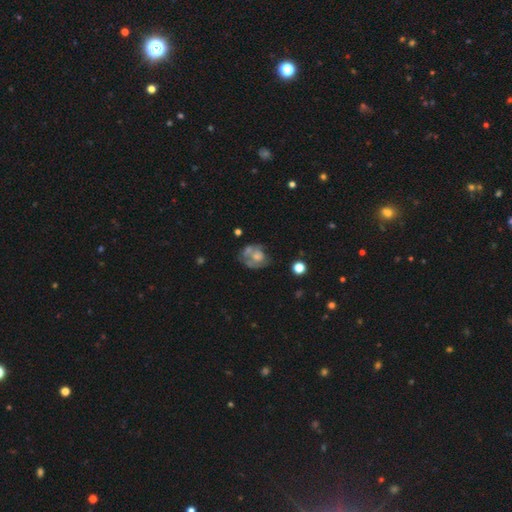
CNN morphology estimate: A featured or disk galaxy (53%) with no bar (88%), no spiral arms (72%) and a moderate central bulge (38%). Merging: none (34%).